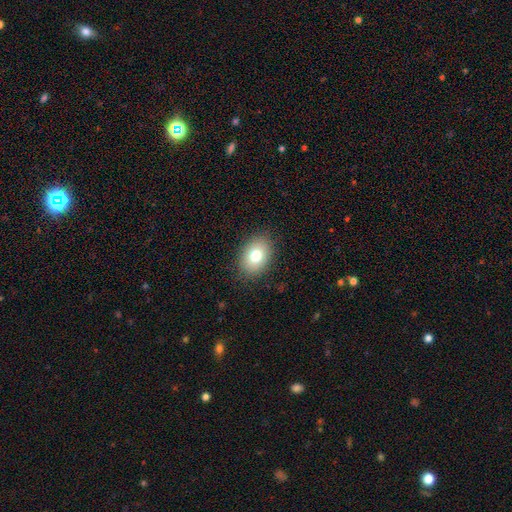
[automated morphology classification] smooth_or_featured: smooth (p=0.77) [alt: featured or disk p=0.13]
how_rounded: in between (p=0.77) [alt: round p=0.22]
merging: none (p=0.86) [alt: minor disturbance p=0.10]